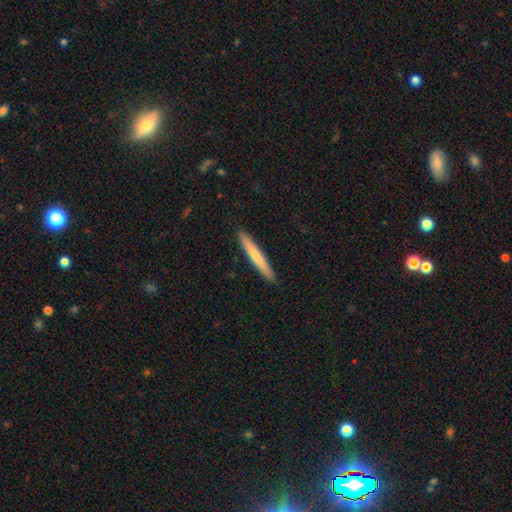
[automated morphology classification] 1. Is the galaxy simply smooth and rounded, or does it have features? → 64% smooth, 31% featured or disk, 5% star or artifact.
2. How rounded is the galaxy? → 96% cigar-shaped, 3% in between, 1% round.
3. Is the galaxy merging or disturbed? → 91% none, 6% minor disturbance, 1% major disturbance, 1% merger.